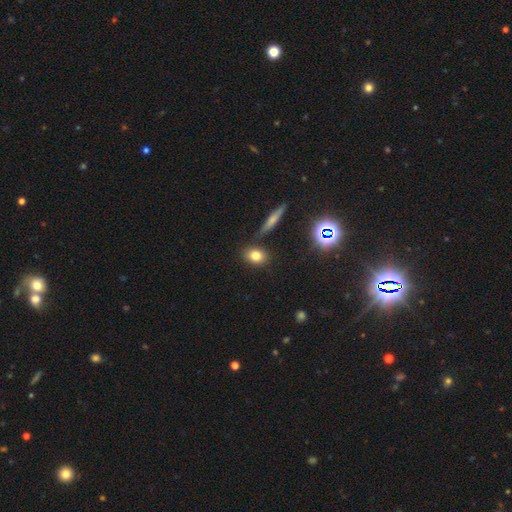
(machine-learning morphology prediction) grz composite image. It shows a smooth galaxy with no disk features (76%) that is round (50%). Merging: none (81%).